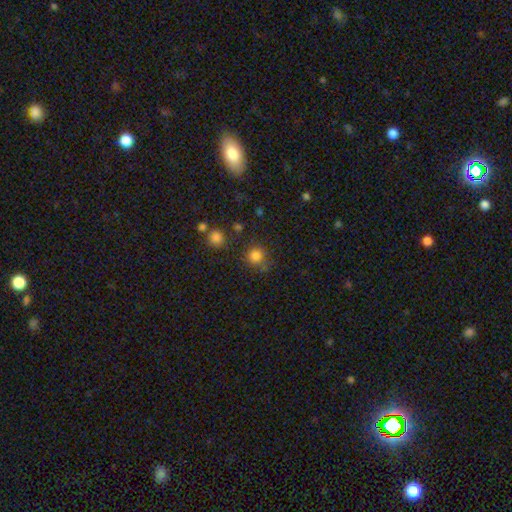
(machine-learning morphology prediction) Smooth or featured? smooth (80%)
How rounded? round (90%)
Merging? none (73%)